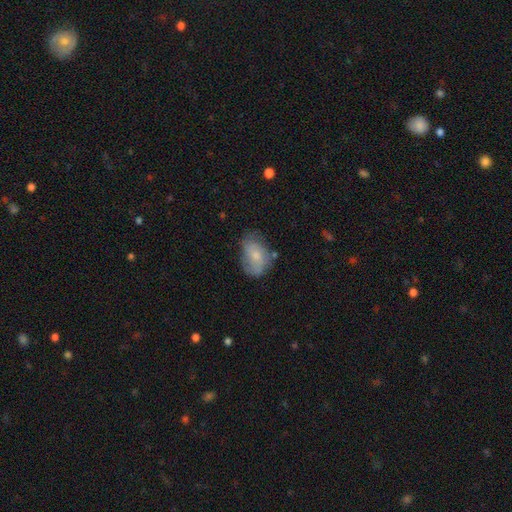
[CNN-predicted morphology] Smooth or featured? Predicted: smooth (p=0.59). How rounded? Predicted: in between (p=0.81). Merging? Predicted: none (p=0.51).